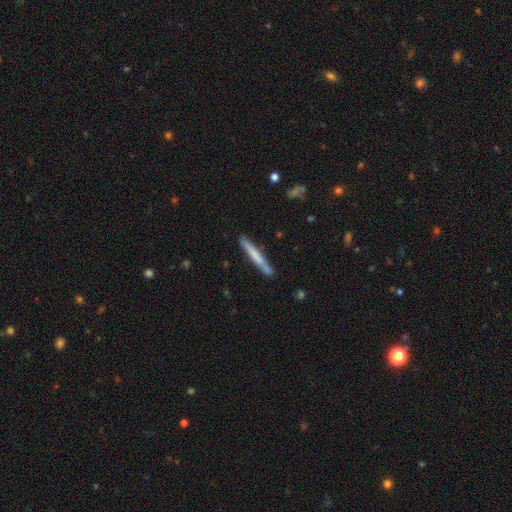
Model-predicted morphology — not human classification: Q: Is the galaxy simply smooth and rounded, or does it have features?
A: smooth — 60%.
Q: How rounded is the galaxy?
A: cigar-shaped — 96%.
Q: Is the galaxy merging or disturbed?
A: none — 82%.